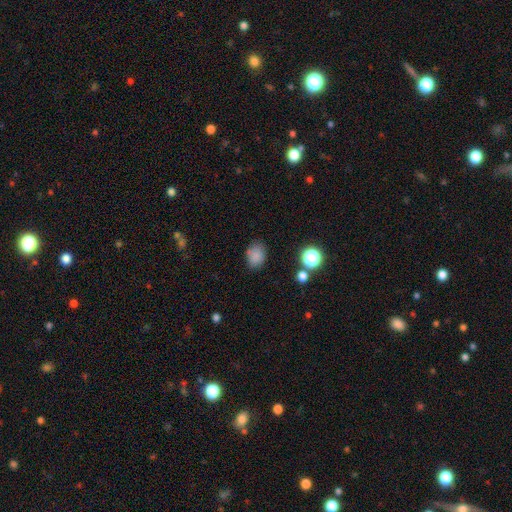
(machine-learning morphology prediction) Q: Smooth or featured?
A: smooth (81%); runner-up: star or artifact (13%)
Q: How rounded?
A: in between (56%); runner-up: round (43%)
Q: Merging?
A: none (76%); runner-up: minor disturbance (17%)